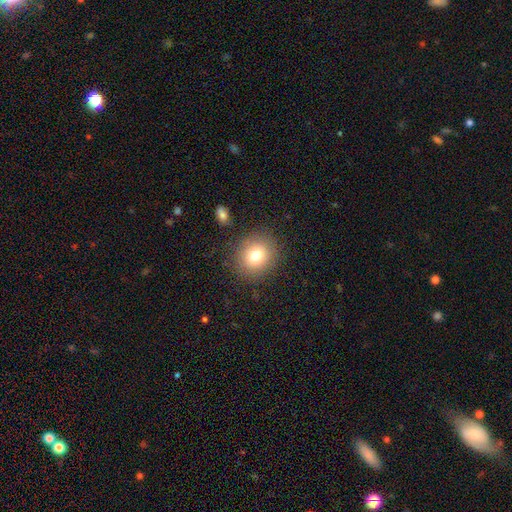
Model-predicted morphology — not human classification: smooth-or-featured: smooth: 76% | star or artifact: 12% | featured or disk: 12%
  how-rounded: round: 83% | in between: 16% | cigar-shaped: 1%
  merging: none: 86% | minor disturbance: 8% | major disturbance: 4% | merger: 2%